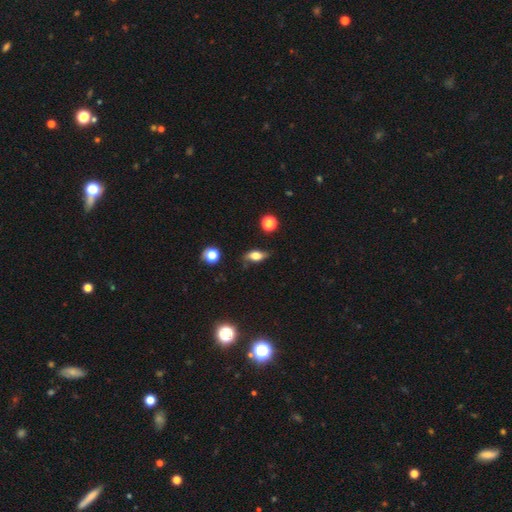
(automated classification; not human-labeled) Smooth or featured? smooth (62%)
How rounded? in between (75%)
Merging? none (67%)